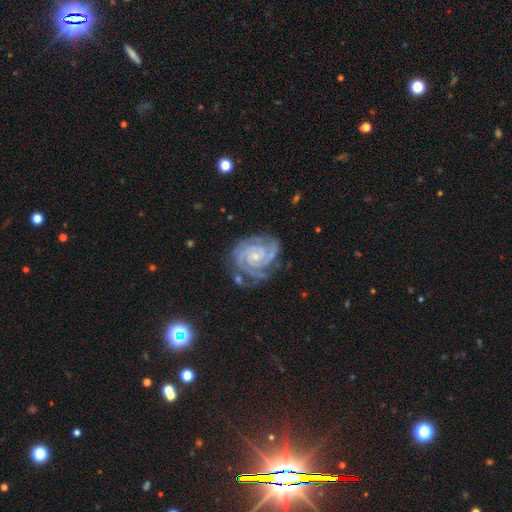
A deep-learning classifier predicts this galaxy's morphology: type=featured or disk (92%); edge-on=no (98%); bar=no (63%); spiral arms=yes (99%); winding=tight (80%); arm count=2 (42%); bulge=small (73%); merging=none (71%).